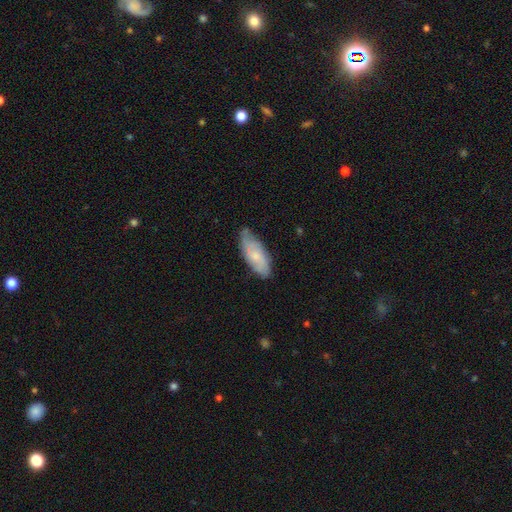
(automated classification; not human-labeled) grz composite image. It shows a smooth galaxy with no disk features (59%) that is in between round and cigar-shaped (77%). Merging: none (67%).